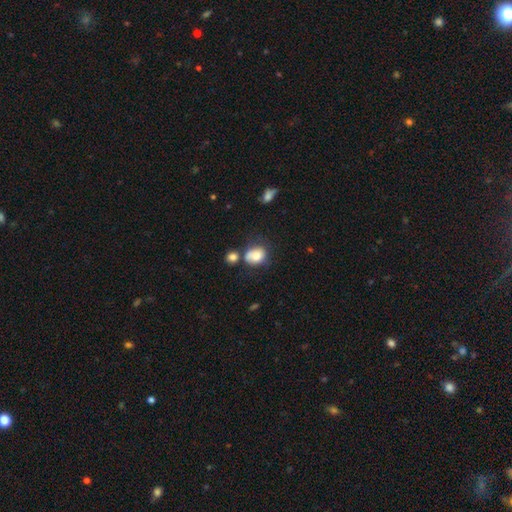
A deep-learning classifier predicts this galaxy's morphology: smooth 75%, featured or disk 15%, star or artifact 9%. Down the decision tree: how rounded — round (51%); merging — none (48%).